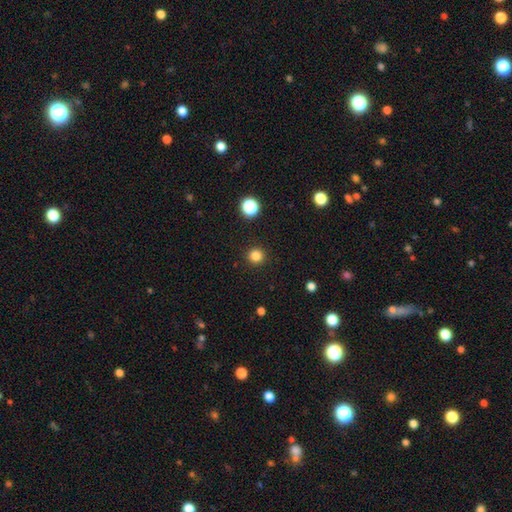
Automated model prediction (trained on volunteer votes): A smooth galaxy with no disk features (83%) that is round (94%).

Vote fractions:
- Smooth or featured? smooth: 83% / star or artifact: 13% / featured or disk: 4%
- How rounded? round: 94% / in between: 5% / cigar-shaped: 1%
- Merging? none: 92% / minor disturbance: 5% / major disturbance: 2% / merger: 1%